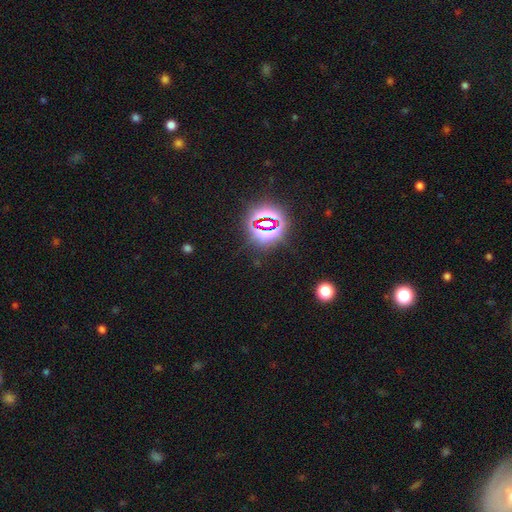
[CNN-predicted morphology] A star or artifact, not a galaxy (80%).